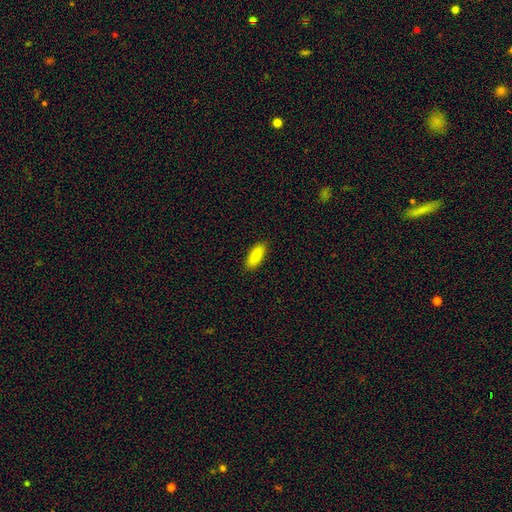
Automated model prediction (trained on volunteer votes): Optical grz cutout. It shows a smooth galaxy with no disk features (86%) that is in between round and cigar-shaped (76%). Merging: none (88%).